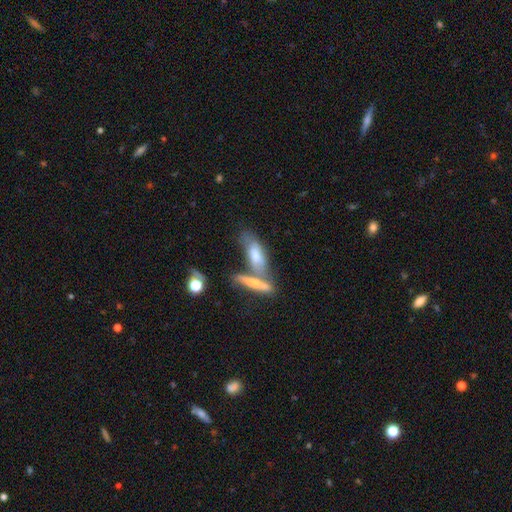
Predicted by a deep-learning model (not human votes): The model was most divided on "smooth or featured": smooth: 53%, featured or disk: 39%, star or artifact: 8%. Remaining: how rounded — in between (56%); merging — merger (48%).